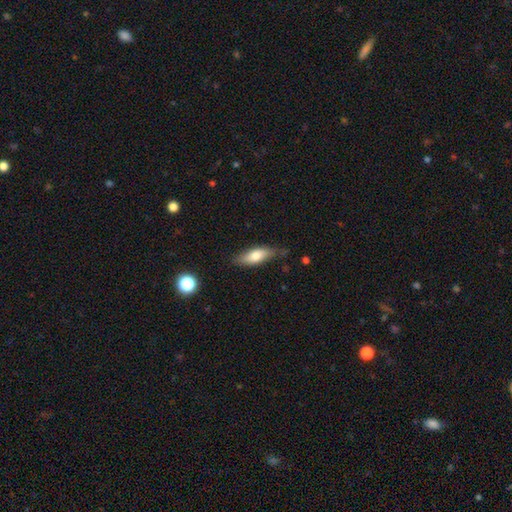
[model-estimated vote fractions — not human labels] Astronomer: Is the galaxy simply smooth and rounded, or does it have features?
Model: smooth — 71%.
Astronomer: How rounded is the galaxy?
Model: in between — 64%.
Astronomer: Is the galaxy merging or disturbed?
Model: none — 70%.